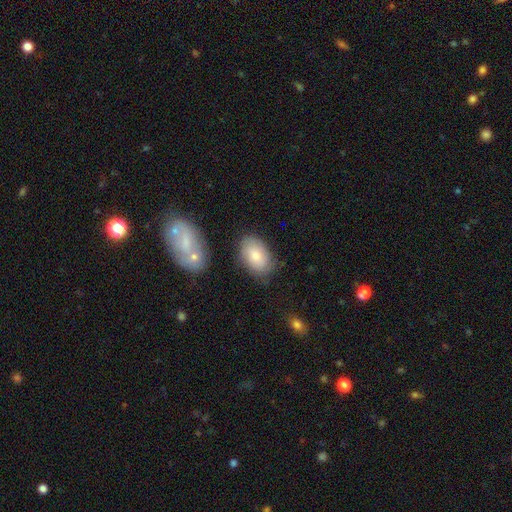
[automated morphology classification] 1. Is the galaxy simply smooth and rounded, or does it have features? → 78% smooth, 15% featured or disk, 7% star or artifact.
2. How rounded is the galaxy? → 91% in between, 8% round, 1% cigar-shaped.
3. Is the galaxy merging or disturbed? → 74% none, 17% minor disturbance, 5% merger, 4% major disturbance.